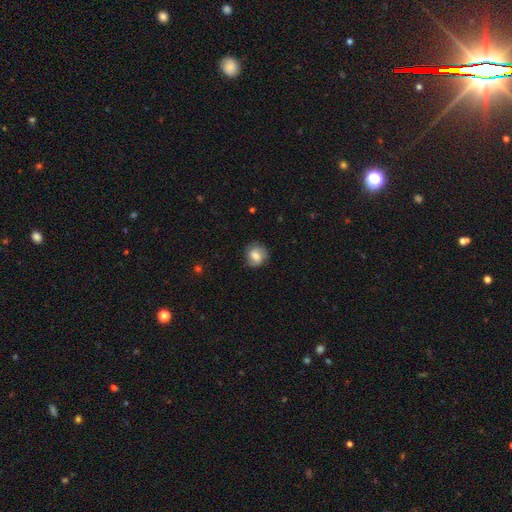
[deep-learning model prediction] Morphology: type=smooth (67%); roundness=round (73%); merging=none (73%).